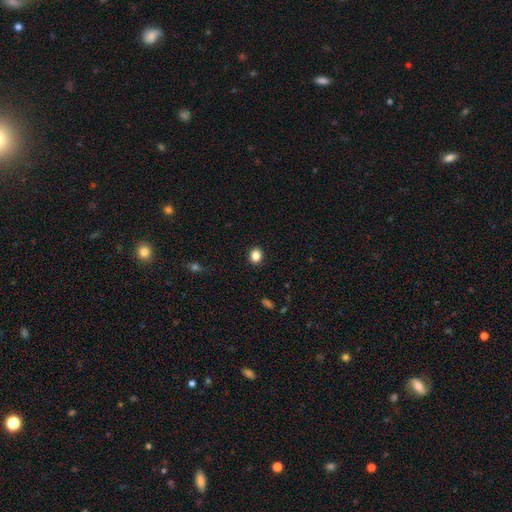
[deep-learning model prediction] Q: Smooth or featured?
A: smooth (85%); runner-up: star or artifact (10%)
Q: How rounded?
A: round (60%); runner-up: in between (39%)
Q: Merging?
A: none (91%); runner-up: minor disturbance (6%)